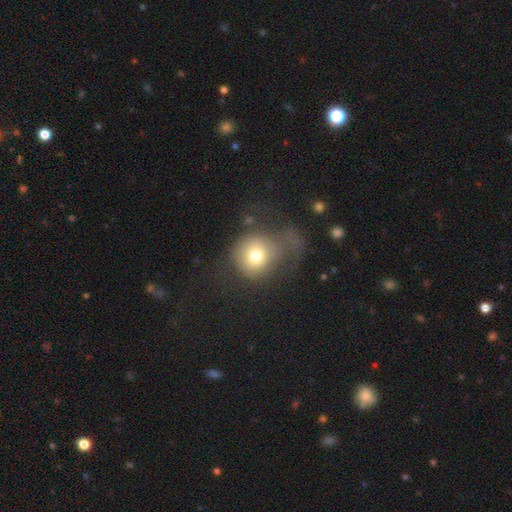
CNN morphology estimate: Q: Smooth or featured?
A: smooth (72%); runner-up: featured or disk (17%)
Q: How rounded?
A: round (82%); runner-up: in between (17%)
Q: Merging?
A: major disturbance (45%); runner-up: none (30%)